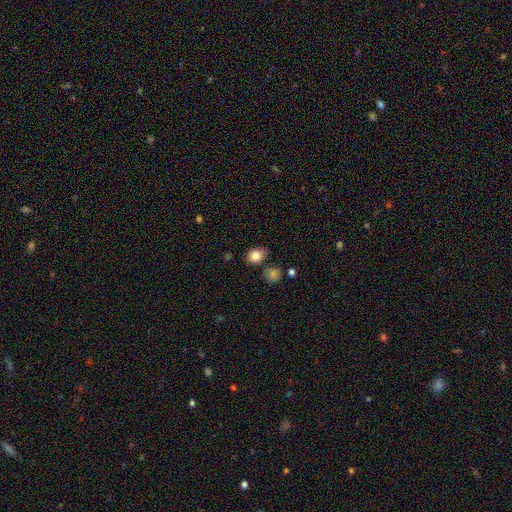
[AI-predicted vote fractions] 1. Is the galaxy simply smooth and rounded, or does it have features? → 82% smooth, 10% star or artifact, 8% featured or disk.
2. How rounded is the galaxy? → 54% in between, 45% round, 1% cigar-shaped.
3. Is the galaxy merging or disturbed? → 68% none, 22% minor disturbance, 6% merger, 5% major disturbance.